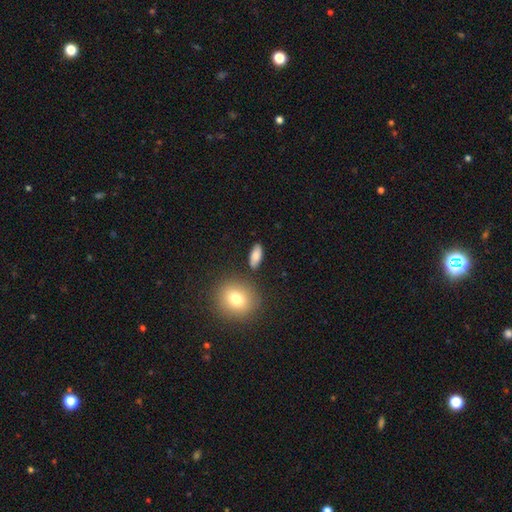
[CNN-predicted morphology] smooth-or-featured: smooth: 84% | featured or disk: 9% | star or artifact: 7%
  how-rounded: in between: 74% | cigar-shaped: 20% | round: 5%
  merging: none: 83% | minor disturbance: 10% | merger: 4% | major disturbance: 3%